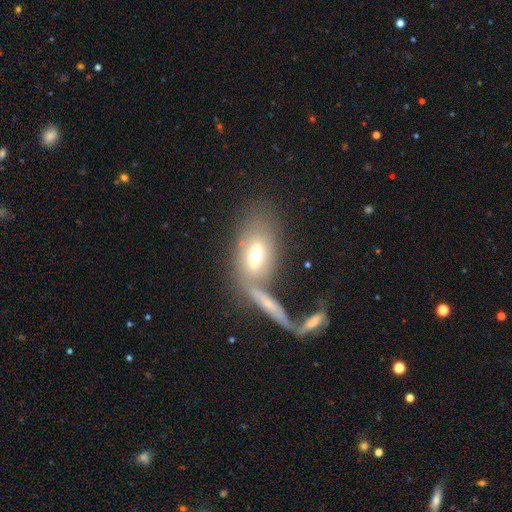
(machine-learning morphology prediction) Smooth or featured? smooth (59%)
How rounded? in between (81%)
Merging? none (44%)